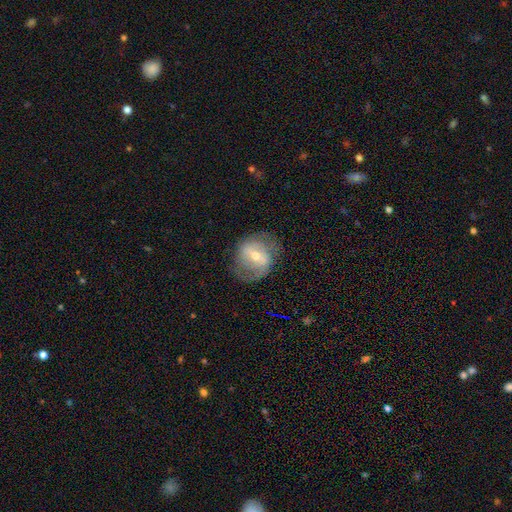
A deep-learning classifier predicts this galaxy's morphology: Smooth or featured? featured or disk (67%)
Edge-on disk? no (95%)
Bar? weak (44%)
Spiral arms? yes (68%)
Bulge size? moderate (58%)
Merging? none (68%)